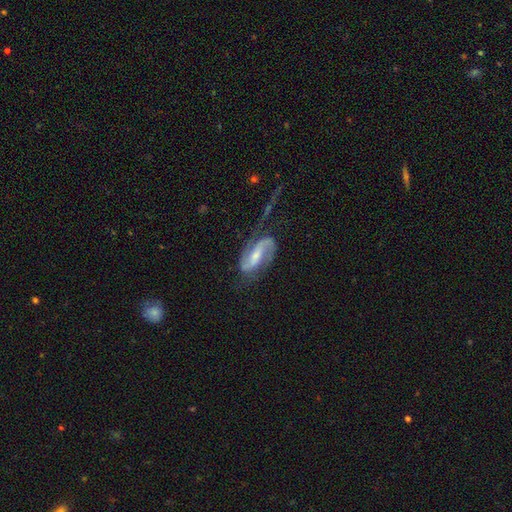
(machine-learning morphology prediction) featured or disk 85%, smooth 10%, star or artifact 5%. Down the decision tree: edge-on disk — no (96%); bar — strong (41%); spiral arms — yes (96%); spiral arm count — 2 (90%); spiral winding — medium (42%); bulge size — small (47%); merging — none (60%).